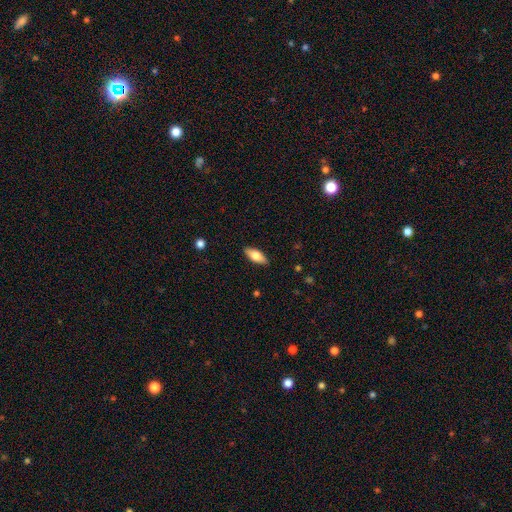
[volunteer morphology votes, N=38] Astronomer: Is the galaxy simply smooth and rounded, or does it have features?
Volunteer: smooth — 74%.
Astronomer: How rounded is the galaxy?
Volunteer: in between — 79%.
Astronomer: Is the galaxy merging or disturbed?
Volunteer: none — 83%.